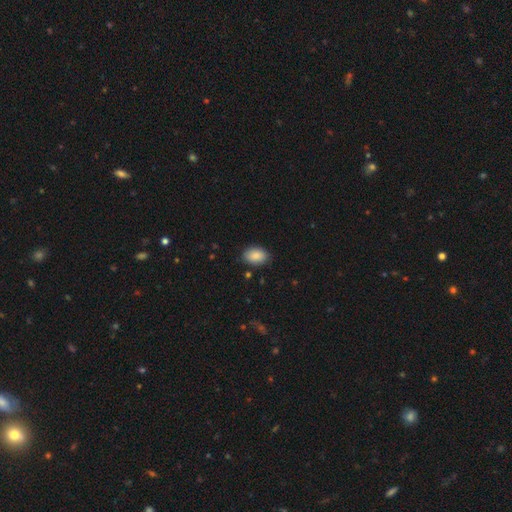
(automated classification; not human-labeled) smooth-or-featured: smooth: 88% | star or artifact: 7% | featured or disk: 5%
  how-rounded: in between: 87% | round: 12% | cigar-shaped: 1%
  merging: none: 83% | minor disturbance: 13% | major disturbance: 3% | merger: 1%